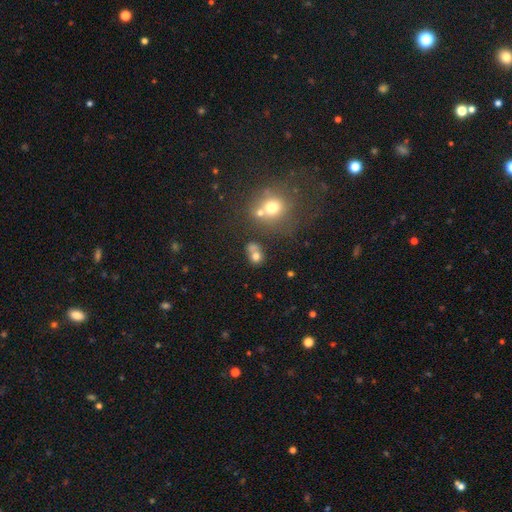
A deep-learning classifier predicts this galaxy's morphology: This appears to be a smooth galaxy with no disk features (71%) that is round (66%). Merging: none (42%).